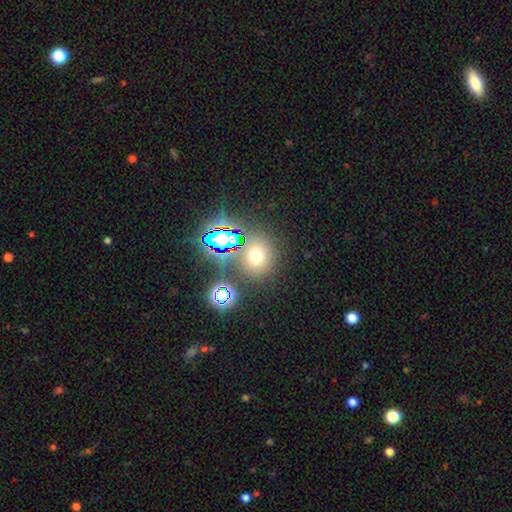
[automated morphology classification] Overall: smooth (57%; star or artifact 33%). How rounded: round (83%). Merging: none (78%).